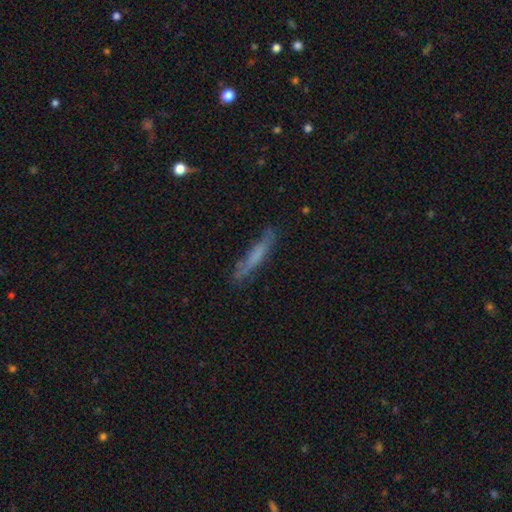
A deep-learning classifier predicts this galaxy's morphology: Overall: smooth (56%; featured or disk 36%). How rounded: cigar-shaped (91%). Merging: none (72%).